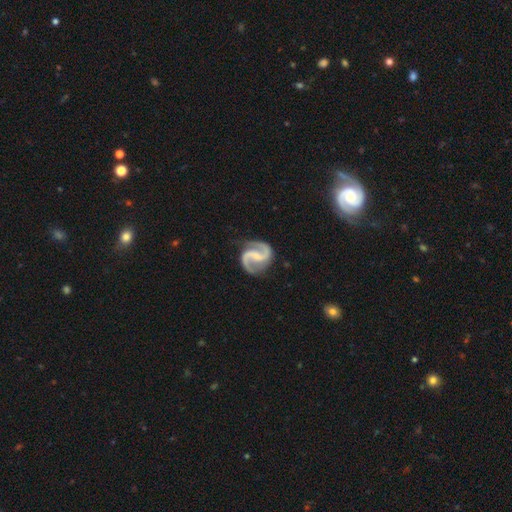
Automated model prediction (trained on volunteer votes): This is clearly a featured or disk galaxy (94%). It is clearly not viewed edge-on (99%). Bar: marginally weak (45%). Spiral arm pattern: clearly yes (98%). Spiral arm count: clearly 2 (95%). Spiral winding: likely medium (62%). Central bulge: possibly small (50%). Merging: clearly none (81%).